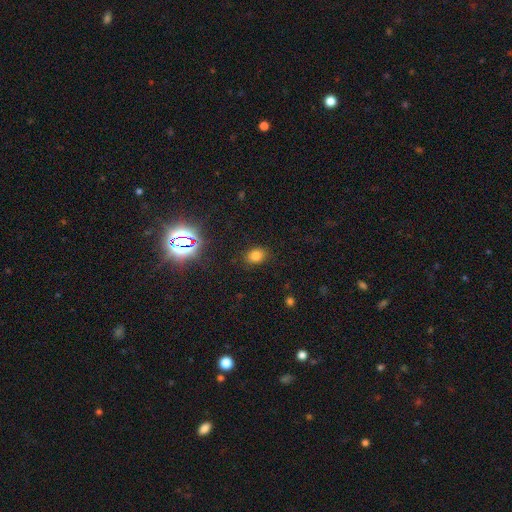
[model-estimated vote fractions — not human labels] smooth-or-featured: smooth: 74% | star or artifact: 19% | featured or disk: 7%
  how-rounded: in between: 66% | round: 33% | cigar-shaped: 1%
  merging: none: 86% | minor disturbance: 10% | major disturbance: 3% | merger: 1%